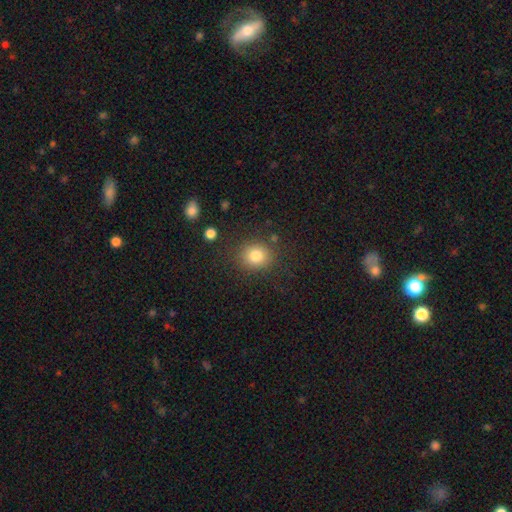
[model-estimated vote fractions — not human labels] smooth_or_featured: smooth (p=0.81) [alt: star or artifact p=0.12]
how_rounded: round (p=0.77) [alt: in between p=0.22]
merging: none (p=0.85) [alt: minor disturbance p=0.09]